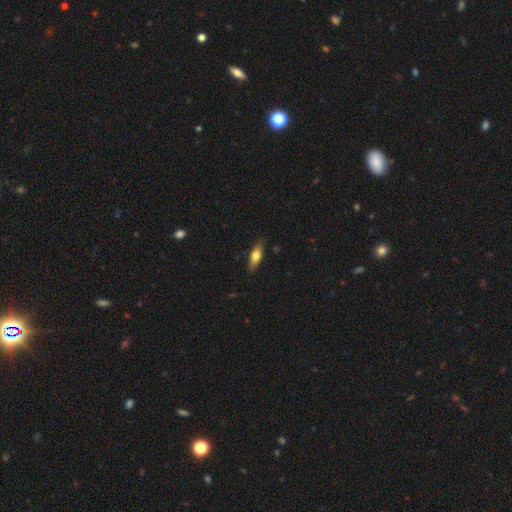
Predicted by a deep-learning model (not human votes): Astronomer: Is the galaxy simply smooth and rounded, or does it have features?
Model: smooth — 60%.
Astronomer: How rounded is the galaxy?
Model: in between — 53% (runner-up: cigar-shaped, 44%).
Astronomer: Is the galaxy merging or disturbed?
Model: none — 84%.